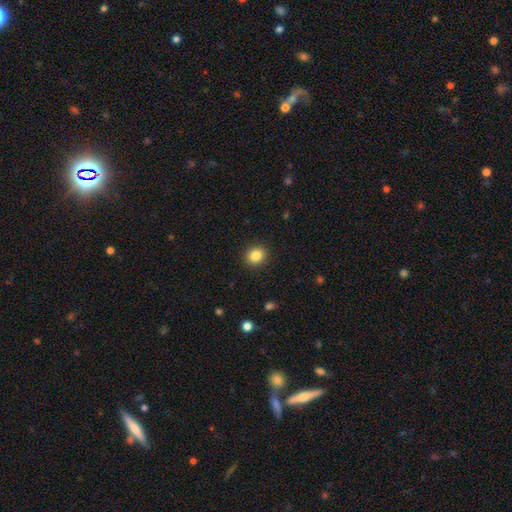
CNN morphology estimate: Smooth or featured?
  - smooth: 84% *
  - star or artifact: 10%
  - featured or disk: 5%
How rounded?
  - round: 76% *
  - in between: 24%
  - cigar-shaped: 1%
Merging?
  - none: 91% *
  - minor disturbance: 6%
  - major disturbance: 2%
  - merger: 1%